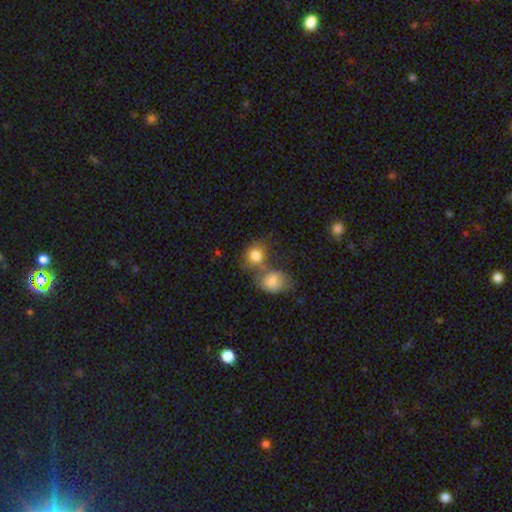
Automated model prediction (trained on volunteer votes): The model was most divided on "merging": merger: 50%, none: 34%, minor disturbance: 11%, major disturbance: 6%. More confident: smooth or featured — smooth (81%); how rounded — round (67%).